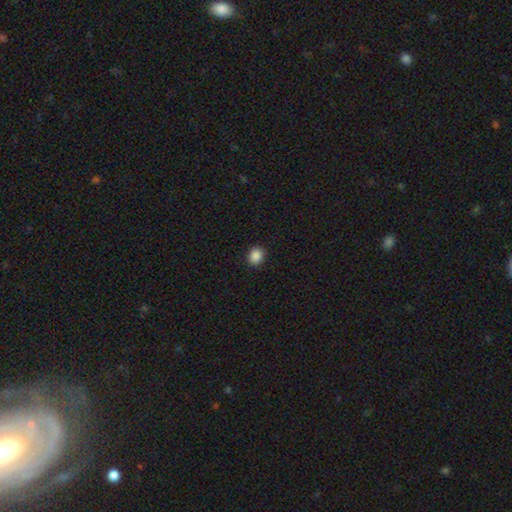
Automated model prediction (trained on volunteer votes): smooth-or-featured: smooth: 87% | star or artifact: 10% | featured or disk: 3%
  how-rounded: round: 63% | in between: 36% | cigar-shaped: 1%
  merging: none: 91% | minor disturbance: 6% | major disturbance: 2% | merger: 1%